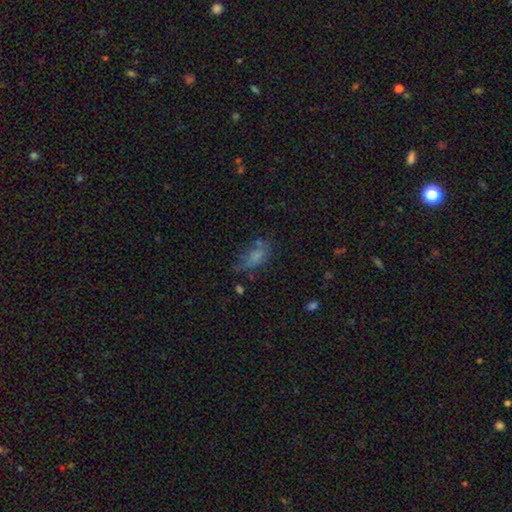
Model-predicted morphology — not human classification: Smooth or featured: smooth — 71% (star or artifact — 15%)
How rounded: in between — 85% (cigar-shaped — 9%)
Merging: none — 44% (minor disturbance — 28%)